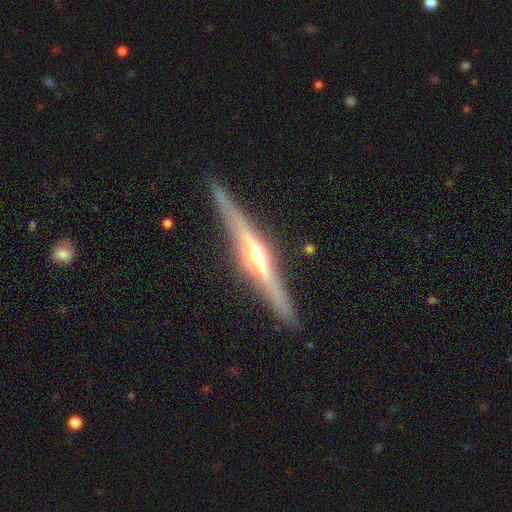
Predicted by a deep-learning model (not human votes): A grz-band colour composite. It shows a featured or disk galaxy (82%) viewed edge-on (98%) with a rounded central bulge (89%). Merging: none (89%).